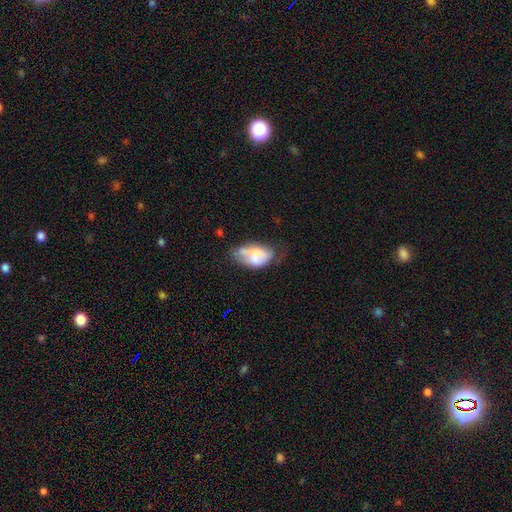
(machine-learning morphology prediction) Q: Smooth or featured?
A: smooth (57%); runner-up: featured or disk (35%)
Q: How rounded?
A: in between (90%); runner-up: round (8%)
Q: Merging?
A: minor disturbance (30%); runner-up: none (28%)